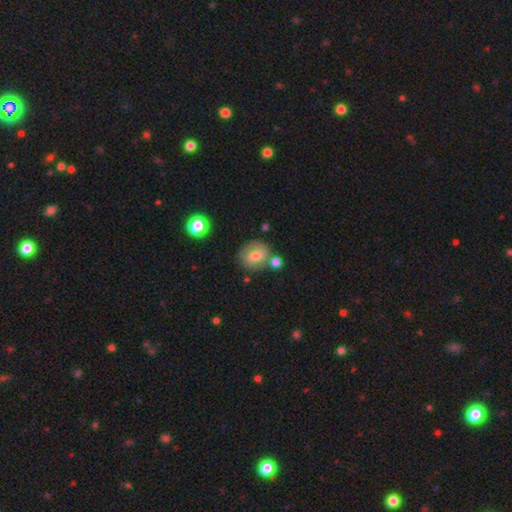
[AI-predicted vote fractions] A smooth galaxy with no disk features (57%) that is round (76%). Merging: none (67%).